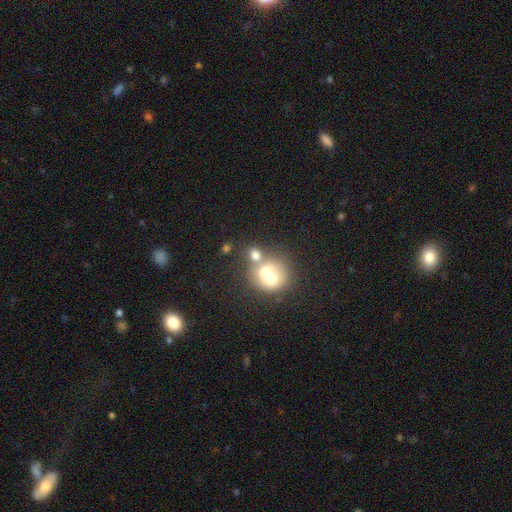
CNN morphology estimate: This appears to be a smooth galaxy with no disk features (62%) that is round (74%). Merging: merger (58%).